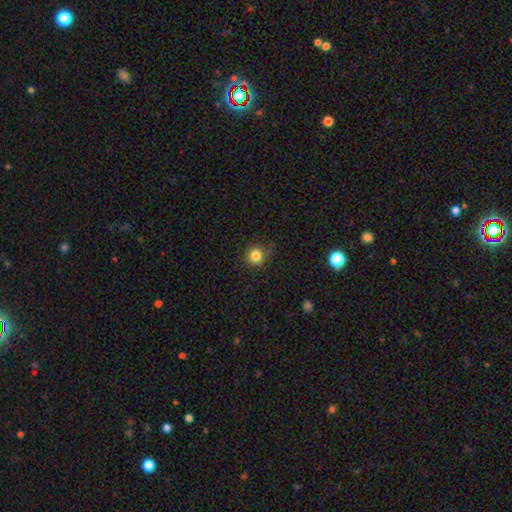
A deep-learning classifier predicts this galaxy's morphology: Q: Smooth or featured?
A: smooth (83%); runner-up: star or artifact (12%)
Q: How rounded?
A: round (93%); runner-up: in between (6%)
Q: Merging?
A: none (86%); runner-up: minor disturbance (10%)